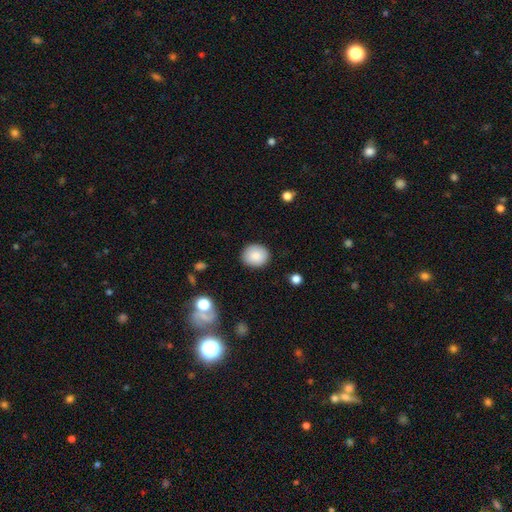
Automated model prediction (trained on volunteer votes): smooth 86%, star or artifact 8%, featured or disk 6%. Down the decision tree: how rounded — round (77%); merging — none (89%).